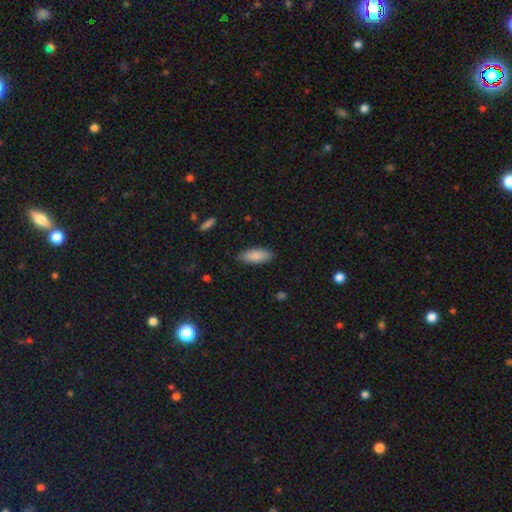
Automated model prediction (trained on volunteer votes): The model was most divided on "how rounded": in between: 78%, cigar-shaped: 20%, round: 2%. More confident: merging — none (85%); smooth or featured — smooth (85%).